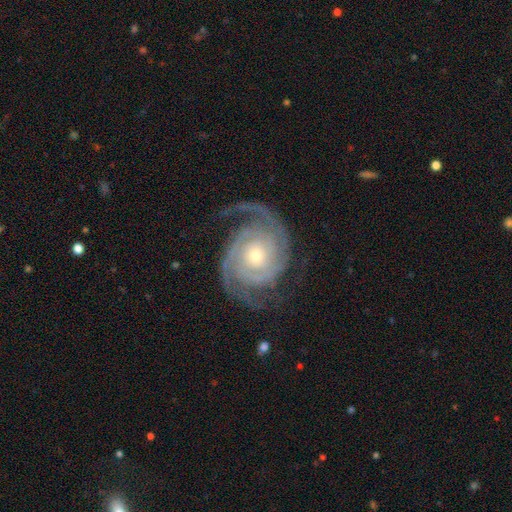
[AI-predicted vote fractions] This is clearly a featured or disk galaxy (93%). It is clearly not viewed edge-on (98%). Bar: likely no (76%). Spiral arm pattern: clearly yes (99%). Spiral arm count: likely 2 (67%). Spiral winding: likely tight (67%). Central bulge: possibly small (53%). Merging: likely none (75%).